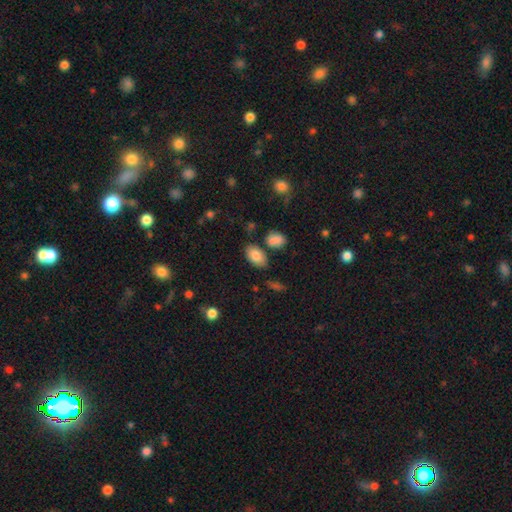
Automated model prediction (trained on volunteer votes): smooth 83%, featured or disk 9%, star or artifact 8%. Down the decision tree: how rounded — in between (92%); merging — none (77%).